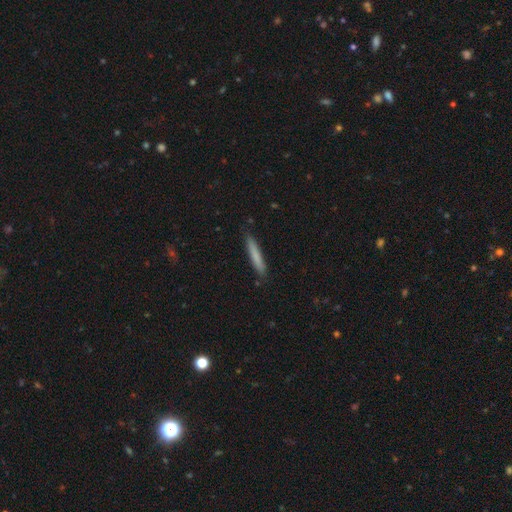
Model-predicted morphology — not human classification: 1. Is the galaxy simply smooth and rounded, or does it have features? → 77% smooth, 17% featured or disk, 6% star or artifact.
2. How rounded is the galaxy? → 95% cigar-shaped, 4% in between, 1% round.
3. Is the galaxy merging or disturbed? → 88% none, 9% minor disturbance, 2% major disturbance, 1% merger.